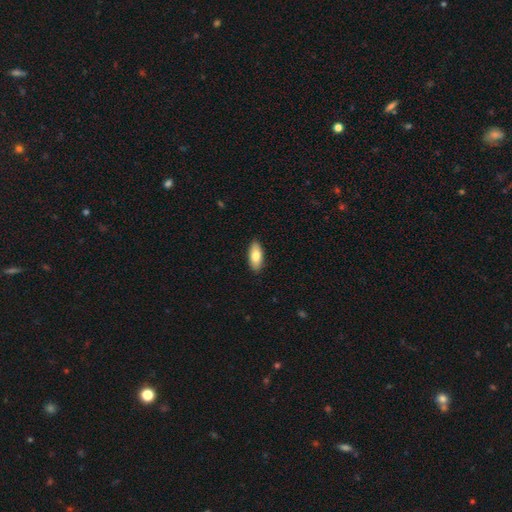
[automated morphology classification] Smooth or featured? smooth (80%)
How rounded? in between (84%)
Merging? none (89%)